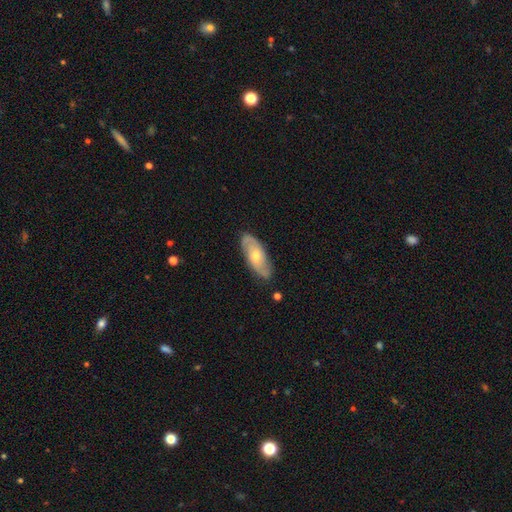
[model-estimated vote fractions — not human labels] featured or disk 65%, smooth 29%, star or artifact 6%. Down the decision tree: edge-on disk — no (87%); bar — no (73%); spiral arms — yes (82%); bulge size — moderate (54%); merging — none (82%).